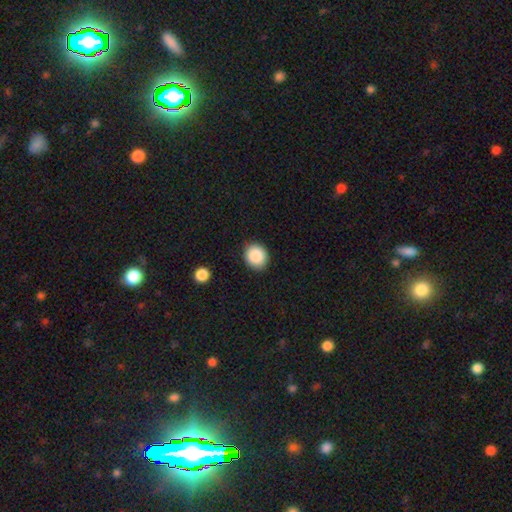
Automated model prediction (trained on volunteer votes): Morphology: type=smooth (88%); roundness=round (74%); merging=none (89%).